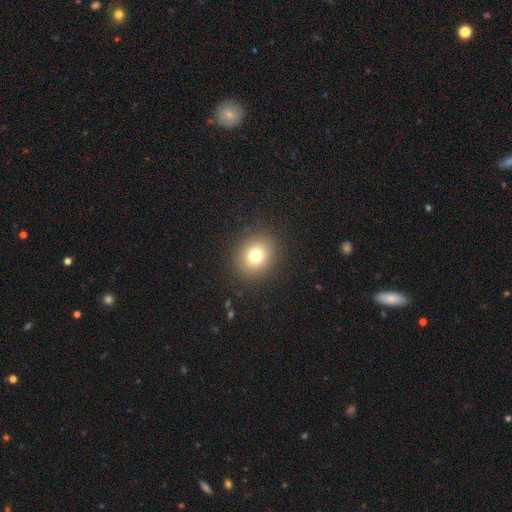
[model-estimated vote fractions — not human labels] This is likely a smooth galaxy (76%). How rounded: likely round (70%). Merging: clearly none (89%).